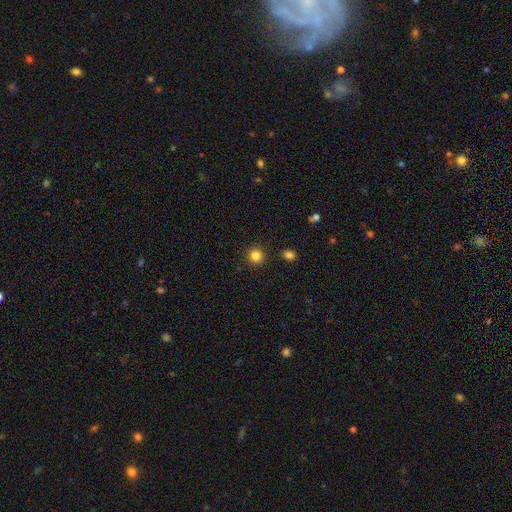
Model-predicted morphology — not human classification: smooth_or_featured: smooth (p=0.84) [alt: star or artifact p=0.12]
how_rounded: round (p=0.92) [alt: in between p=0.07]
merging: none (p=0.90) [alt: minor disturbance p=0.06]